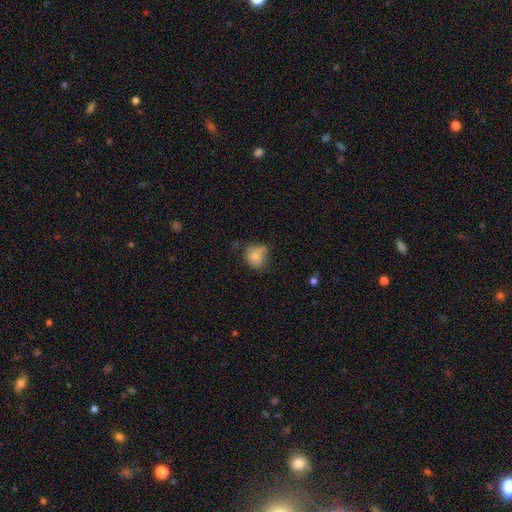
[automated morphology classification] type=smooth (76%); roundness=round (64%); merging=none (44%).